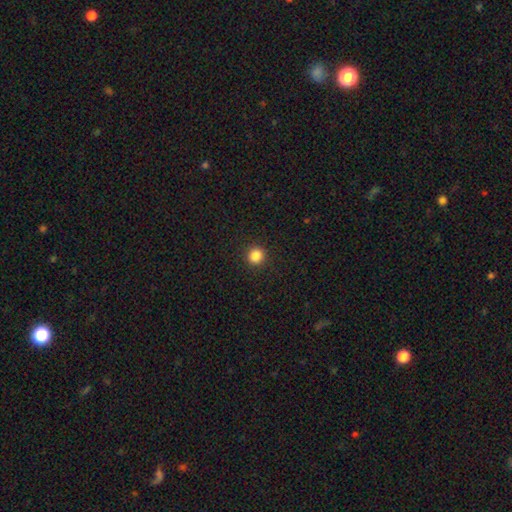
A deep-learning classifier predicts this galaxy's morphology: Smooth or featured? Predicted: smooth (p=0.85). How rounded? Predicted: round (p=0.90). Merging? Predicted: none (p=0.93).